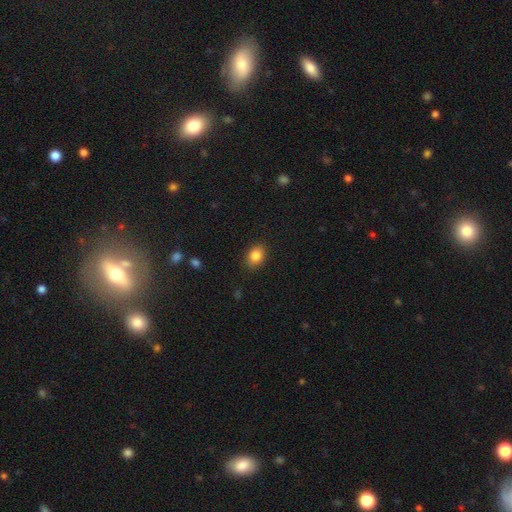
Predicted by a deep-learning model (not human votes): Smooth or featured?
  - smooth: 84% *
  - star or artifact: 10%
  - featured or disk: 6%
How rounded?
  - in between: 57% *
  - round: 42%
  - cigar-shaped: 1%
Merging?
  - none: 87% *
  - minor disturbance: 10%
  - major disturbance: 2%
  - merger: 1%